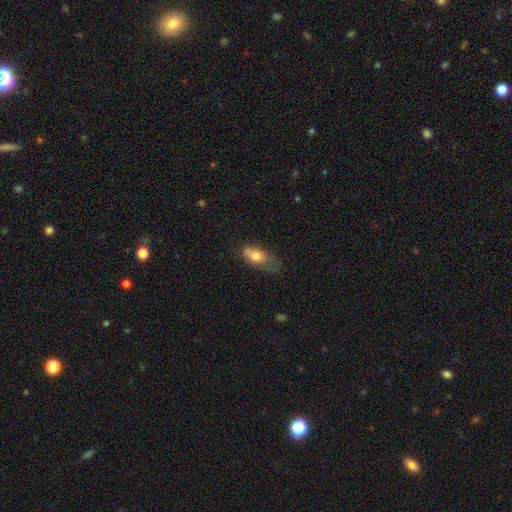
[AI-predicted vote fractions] This is likely a smooth galaxy (72%). How rounded: clearly in between (86%). Merging: marginally none (41%).